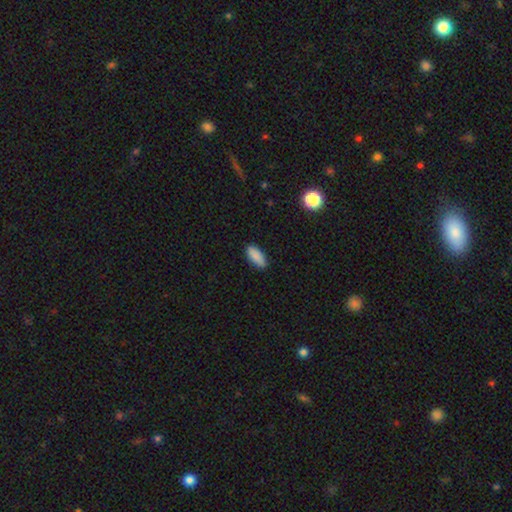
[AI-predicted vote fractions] This is clearly a smooth galaxy (88%). How rounded: clearly in between (85%). Merging: clearly none (86%).